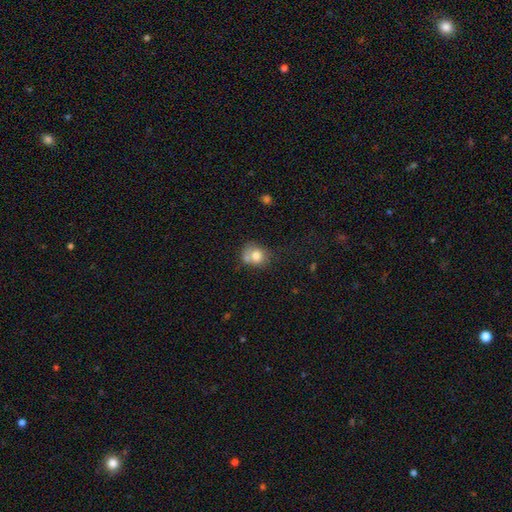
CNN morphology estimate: smooth_or_featured: smooth (p=0.76) [alt: featured or disk p=0.14]
how_rounded: round (p=0.68) [alt: in between p=0.31]
merging: none (p=0.42) [alt: minor disturbance p=0.24]